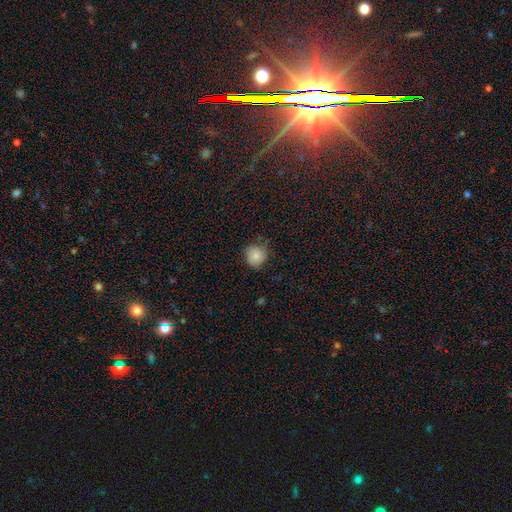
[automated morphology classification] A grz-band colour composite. It shows a smooth galaxy with no disk features (81%) that is round (86%). Merging: none (70%).